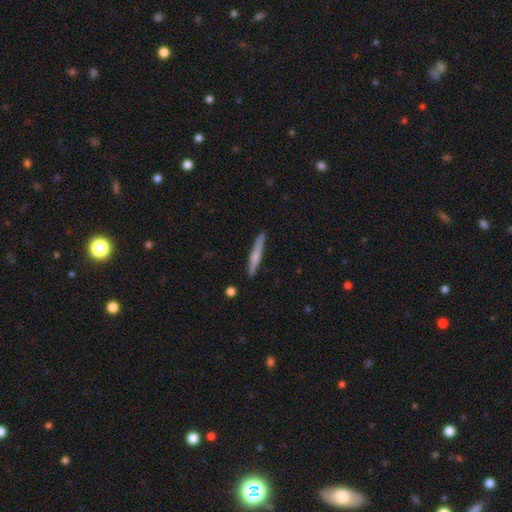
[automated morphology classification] The model was most divided on "smooth or featured": smooth: 57%, featured or disk: 37%, star or artifact: 5%. More confident: how rounded — cigar-shaped (95%); merging — none (89%).